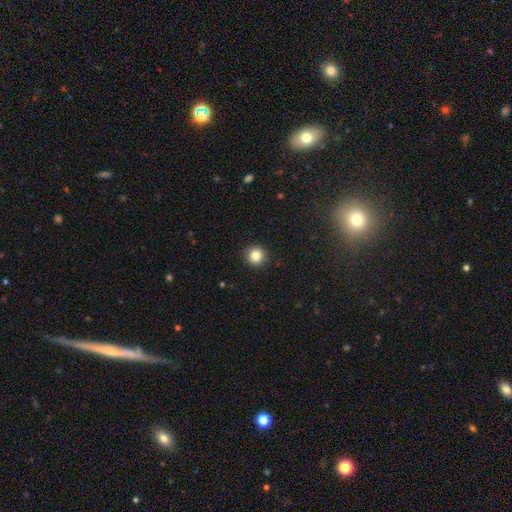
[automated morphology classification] smooth 83%, star or artifact 11%, featured or disk 6%. Down the decision tree: how rounded — round (95%); merging — none (93%).